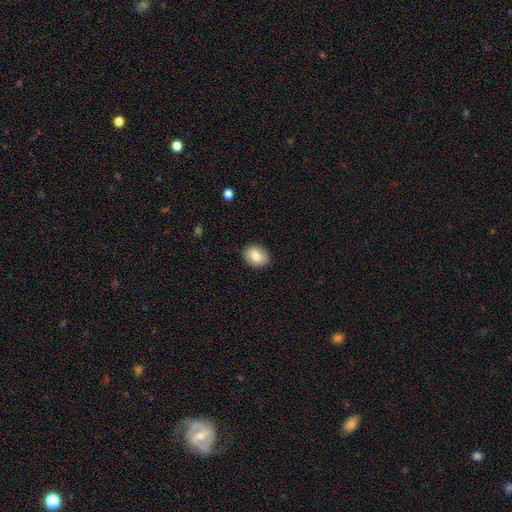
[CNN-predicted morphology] Q: Smooth or featured?
A: smooth (78%); runner-up: featured or disk (14%)
Q: How rounded?
A: in between (60%); runner-up: round (39%)
Q: Merging?
A: none (87%); runner-up: minor disturbance (10%)